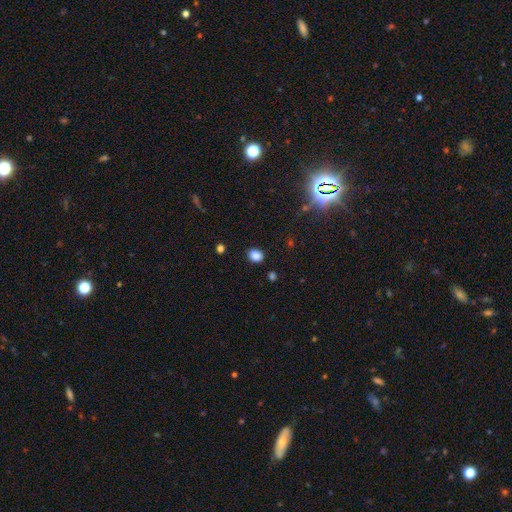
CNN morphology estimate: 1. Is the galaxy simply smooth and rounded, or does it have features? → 85% smooth, 11% star or artifact, 4% featured or disk.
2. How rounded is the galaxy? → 54% in between, 45% round, 1% cigar-shaped.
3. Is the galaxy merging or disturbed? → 86% none, 10% minor disturbance, 2% major disturbance, 2% merger.